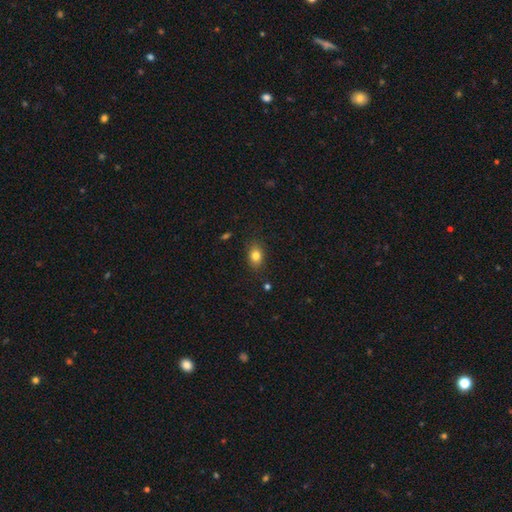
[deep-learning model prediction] The model was most divided on "how rounded": in between: 70%, round: 29%, cigar-shaped: 2%. More confident: merging — none (86%); smooth or featured — smooth (81%).